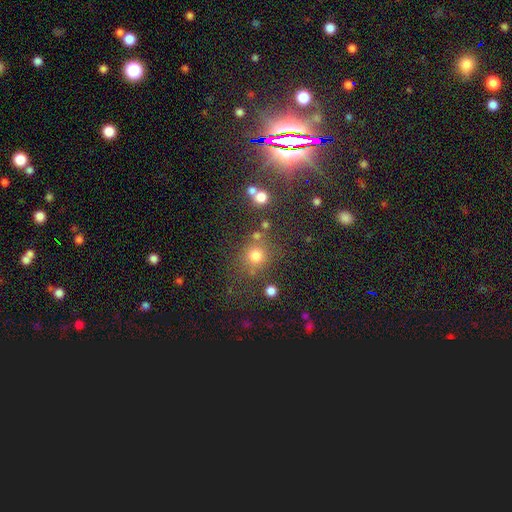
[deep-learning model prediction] Smooth or featured? Predicted: smooth (p=0.73). How rounded? Predicted: round (p=0.87). Merging? Predicted: none (p=0.72).